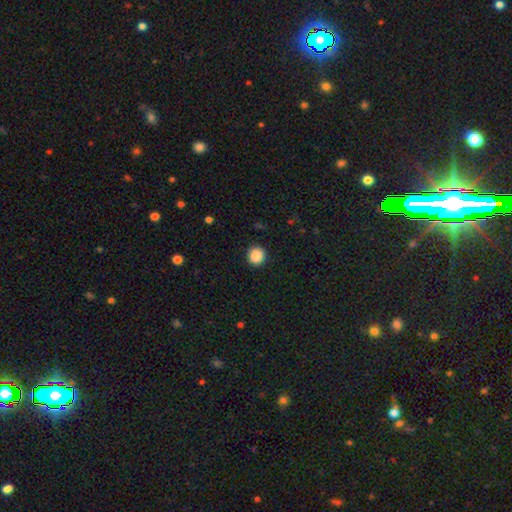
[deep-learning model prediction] Smooth or featured?
  - smooth: 88% *
  - star or artifact: 9%
  - featured or disk: 3%
How rounded?
  - round: 91% *
  - in between: 8%
  - cigar-shaped: 1%
Merging?
  - none: 89% *
  - minor disturbance: 8%
  - major disturbance: 2%
  - merger: 1%